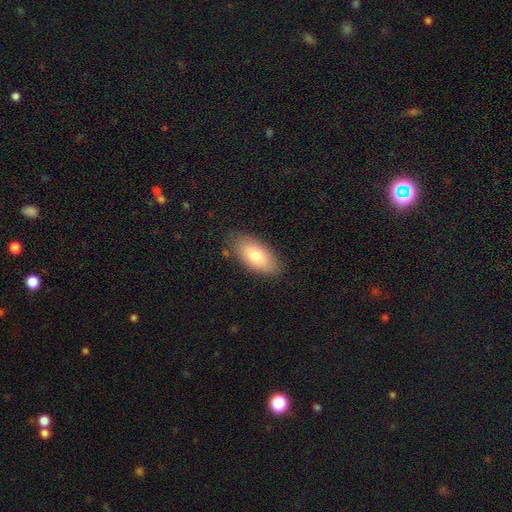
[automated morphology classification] Smooth or featured? Predicted: smooth (p=0.76). How rounded? Predicted: in between (p=0.90). Merging? Predicted: none (p=0.84).